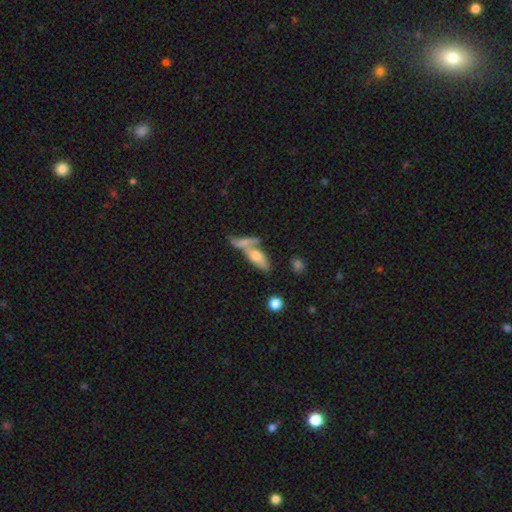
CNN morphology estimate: Smooth or featured: smooth — 63% (featured or disk — 28%)
How rounded: in between — 62% (cigar-shaped — 33%)
Merging: merger — 46% (none — 37%)